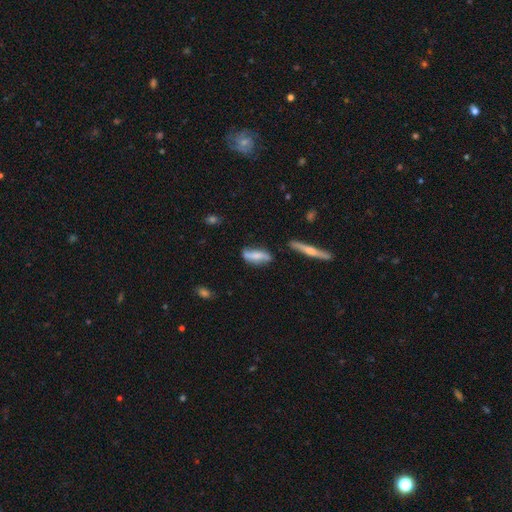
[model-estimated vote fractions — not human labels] A featured or disk galaxy (46%, tied with smooth).

Vote fractions:
- Smooth or featured? featured or disk: 46% (tied) / smooth: 46% (tied) / star or artifact: 8%
- Merging? none: 68% / minor disturbance: 22% / major disturbance: 6% / merger: 5%